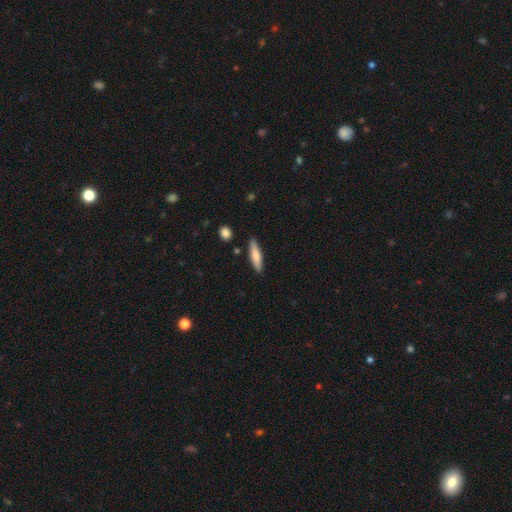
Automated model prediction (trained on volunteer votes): Smooth or featured? smooth (76%)
How rounded? cigar-shaped (75%)
Merging? none (86%)